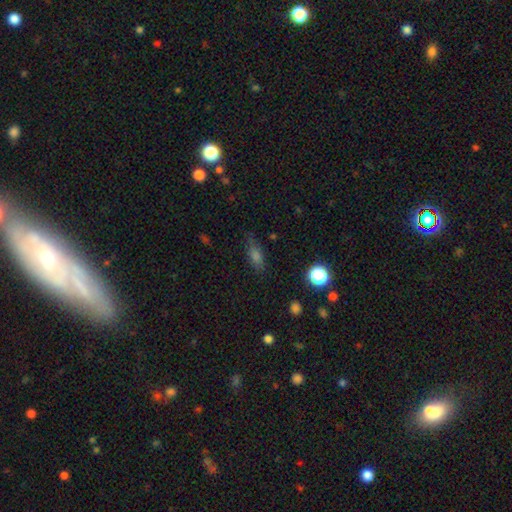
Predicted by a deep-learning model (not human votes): Smooth or featured? smooth (65%)
How rounded? in between (63%)
Merging? none (75%)